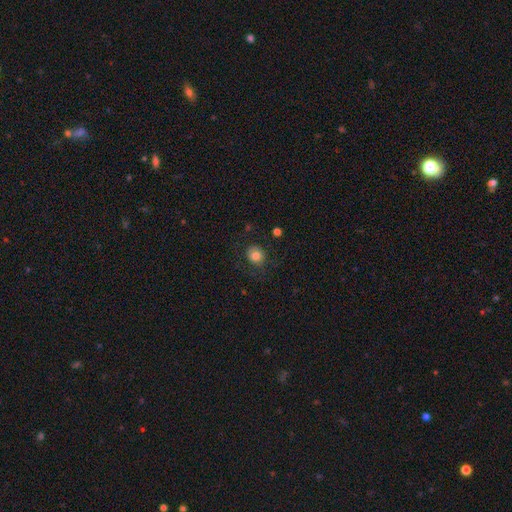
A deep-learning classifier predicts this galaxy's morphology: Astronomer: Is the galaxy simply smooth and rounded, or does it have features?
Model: smooth — 79%.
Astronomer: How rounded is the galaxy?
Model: round — 78%.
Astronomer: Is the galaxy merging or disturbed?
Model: none — 76%.